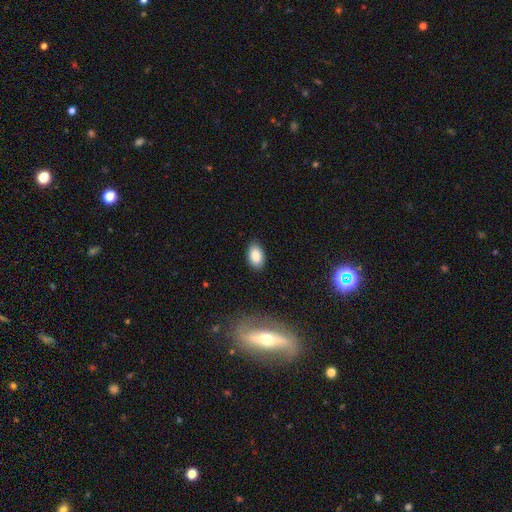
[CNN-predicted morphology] Q: Smooth or featured?
A: smooth (86%); runner-up: star or artifact (8%)
Q: How rounded?
A: in between (91%); runner-up: round (7%)
Q: Merging?
A: none (87%); runner-up: minor disturbance (9%)